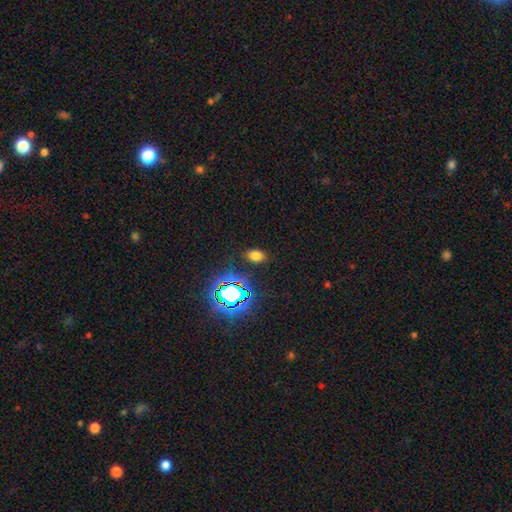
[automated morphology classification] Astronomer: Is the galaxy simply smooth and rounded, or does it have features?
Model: smooth — 69%.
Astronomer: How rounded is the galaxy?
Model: in between — 85%.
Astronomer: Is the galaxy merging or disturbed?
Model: none — 86%.